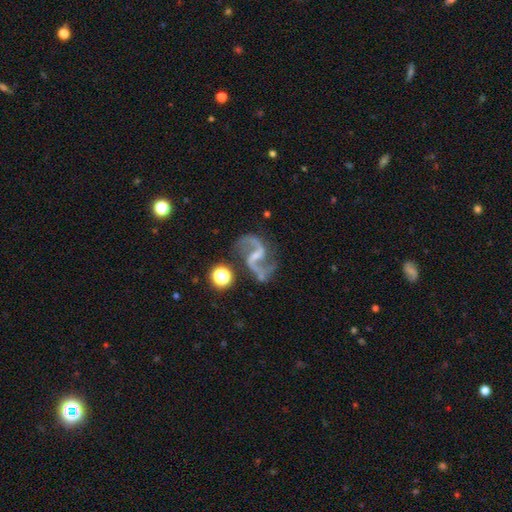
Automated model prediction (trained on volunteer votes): smooth_or_featured: featured or disk (p=0.92) [alt: star or artifact p=0.05]
disk_edge_on: no (p=0.98) [alt: yes p=0.02]
bar: weak (p=0.47) [alt: strong p=0.30]
has_spiral_arms: yes (p=0.98) [alt: no p=0.02]
spiral_winding: loose (p=0.63) [alt: medium p=0.31]
spiral_arm_count: 2 (p=0.94) [alt: 1 p=0.01]
bulge_size: small (p=0.57) [alt: none p=0.26]
merging: none (p=0.73) [alt: minor disturbance p=0.14]